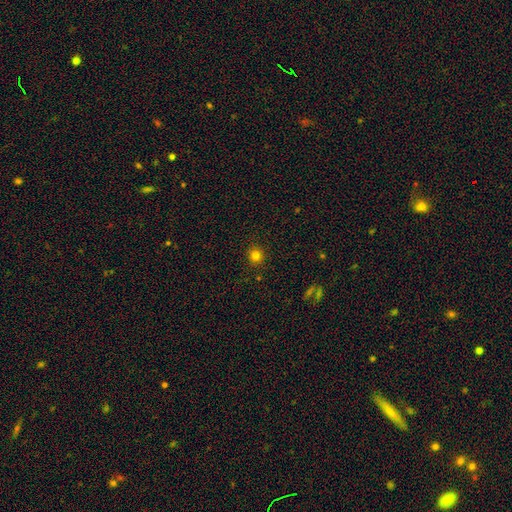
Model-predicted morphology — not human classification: The model was most divided on "smooth or featured": smooth: 80%, star or artifact: 15%, featured or disk: 5%. More confident: how rounded — round (92%); merging — none (90%).